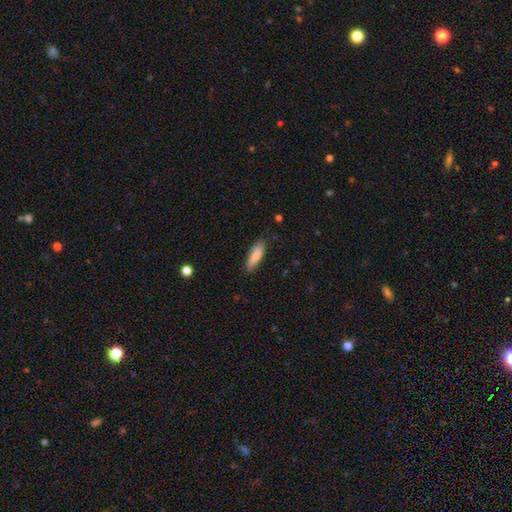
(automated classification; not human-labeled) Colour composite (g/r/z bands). It shows a smooth galaxy with no disk features (82%) that is in between round and cigar-shaped (52%). Merging: none (79%).